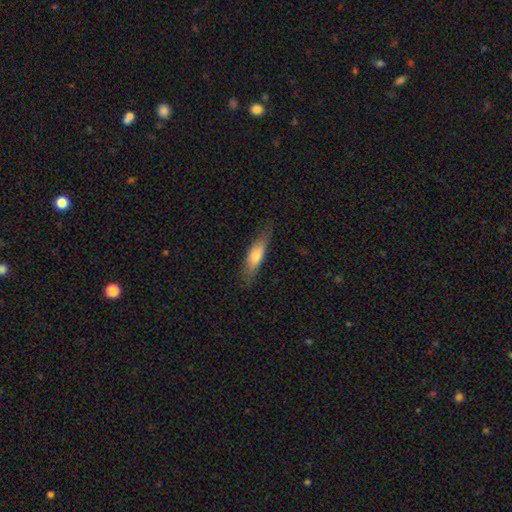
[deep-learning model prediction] smooth-or-featured: smooth: 66% | featured or disk: 28% | star or artifact: 6%
  how-rounded: cigar-shaped: 62% | in between: 36% | round: 2%
  merging: none: 79% | minor disturbance: 16% | major disturbance: 3% | merger: 1%